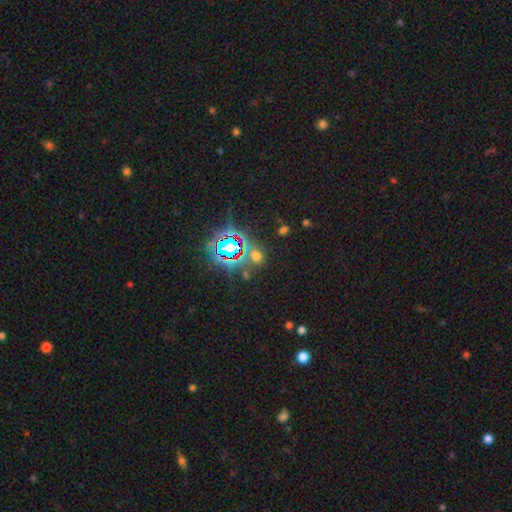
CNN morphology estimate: star or artifact 50%, smooth 42%, featured or disk 8%.